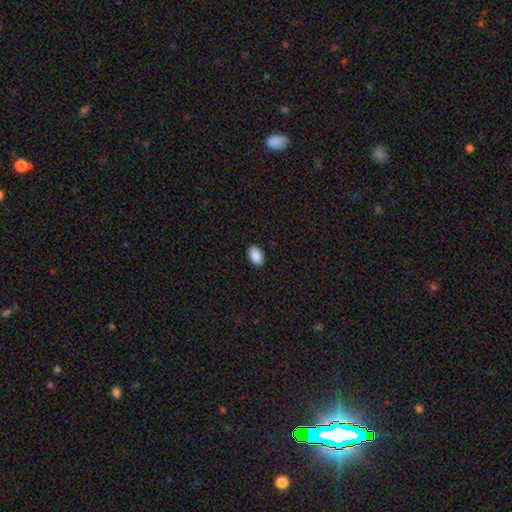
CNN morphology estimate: This is clearly a smooth galaxy (90%). How rounded: clearly in between (91%). Merging: clearly none (90%).